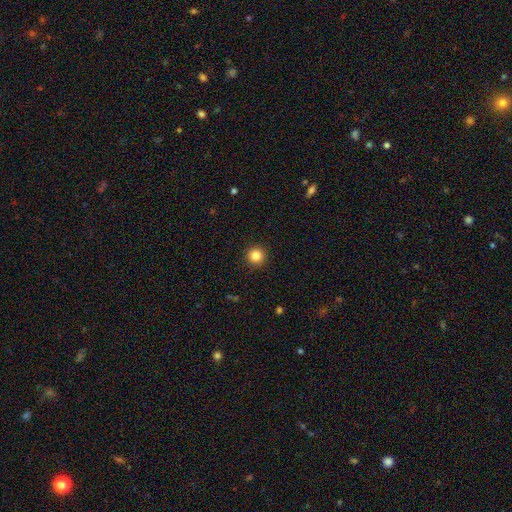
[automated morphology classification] Smooth or featured: smooth — 84% (star or artifact — 11%)
How rounded: round — 96% (in between — 3%)
Merging: none — 93% (minor disturbance — 5%)